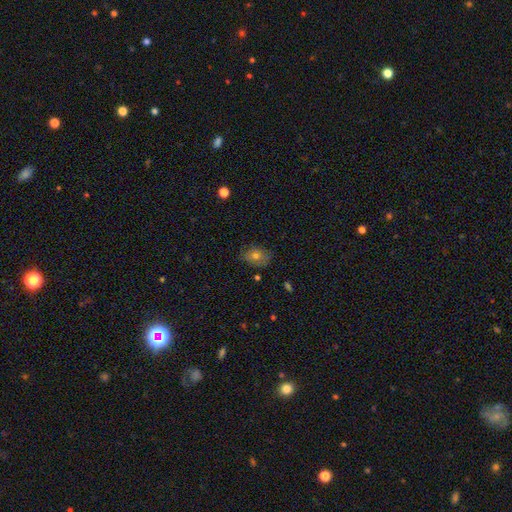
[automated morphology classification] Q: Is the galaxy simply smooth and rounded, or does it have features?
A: smooth — 69%.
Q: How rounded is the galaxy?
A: in between — 69%.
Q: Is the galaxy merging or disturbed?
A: none — 74%.